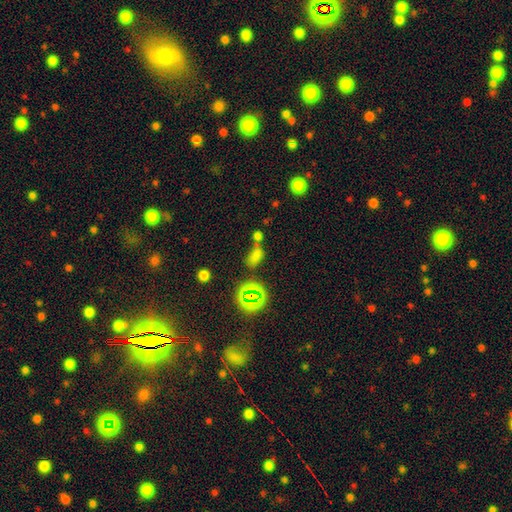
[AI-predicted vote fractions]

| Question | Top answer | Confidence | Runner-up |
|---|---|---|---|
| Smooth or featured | smooth | 60% | star or artifact (31%) |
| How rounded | in between | 75% | round (15%) |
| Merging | merger | 39% | tied: none (39%) |